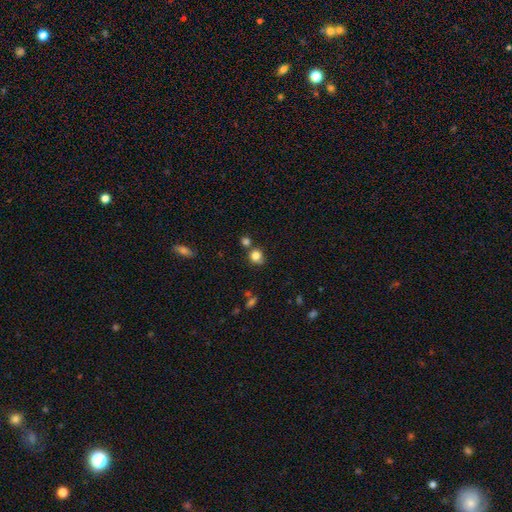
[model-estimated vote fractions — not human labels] smooth 82%, star or artifact 12%, featured or disk 6%. Down the decision tree: how rounded — round (83%); merging — none (64%).